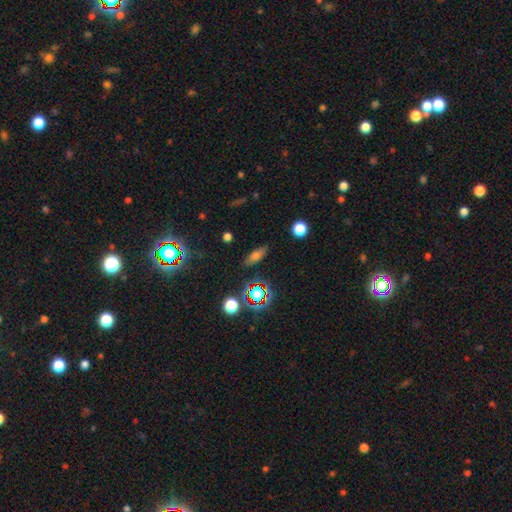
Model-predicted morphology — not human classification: A smooth galaxy with no disk features (58%) that is in between round and cigar-shaped (57%).

Vote fractions:
- Smooth or featured? smooth: 58% / star or artifact: 24% / featured or disk: 19%
- How rounded? in between: 57% / cigar-shaped: 34% / round: 9%
- Merging? none: 83% / minor disturbance: 12% / major disturbance: 3% / merger: 2%